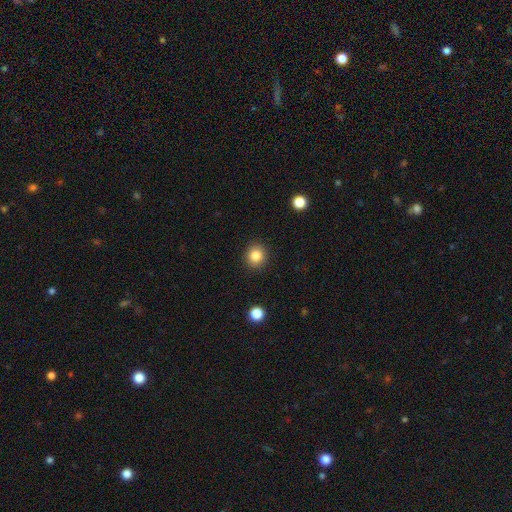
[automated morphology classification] The model was most divided on "how rounded": round: 86%, in between: 14%, cigar-shaped: 1%. More confident: merging — none (90%); smooth or featured — smooth (85%).